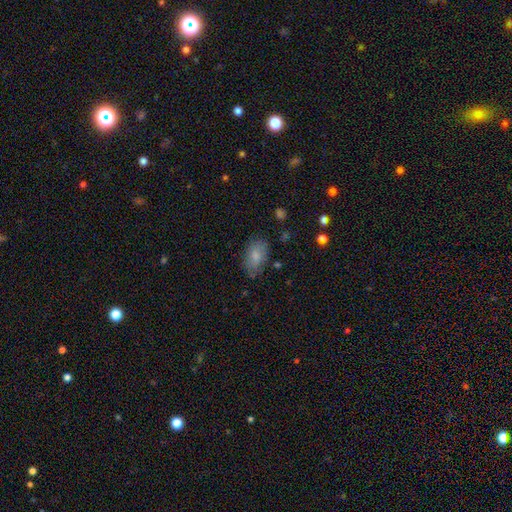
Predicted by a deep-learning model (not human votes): Q: Smooth or featured?
A: smooth (80%); runner-up: featured or disk (12%)
Q: How rounded?
A: in between (91%); runner-up: round (7%)
Q: Merging?
A: none (75%); runner-up: minor disturbance (18%)